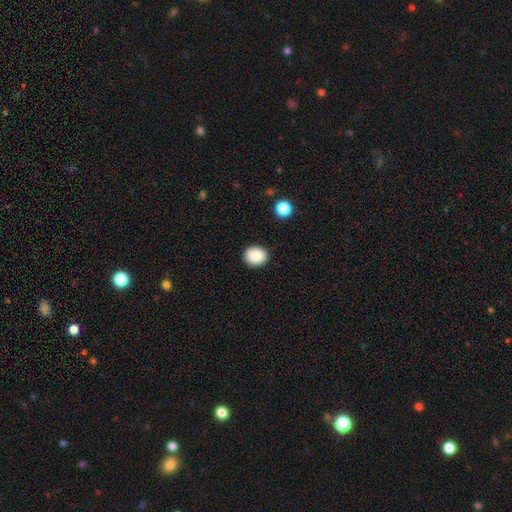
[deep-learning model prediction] Smooth or featured?
  - smooth: 88% *
  - star or artifact: 9%
  - featured or disk: 3%
How rounded?
  - round: 65% *
  - in between: 34%
  - cigar-shaped: 1%
Merging?
  - none: 89% *
  - minor disturbance: 7%
  - major disturbance: 2%
  - merger: 1%